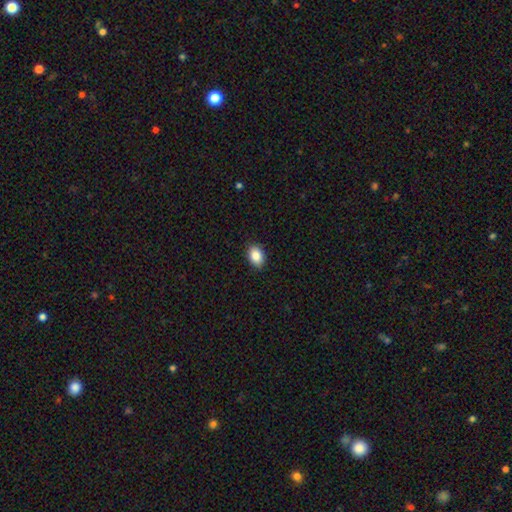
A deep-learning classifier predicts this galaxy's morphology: A smooth galaxy with no disk features (87%) that is in between round and cigar-shaped (80%). Merging: none (89%).